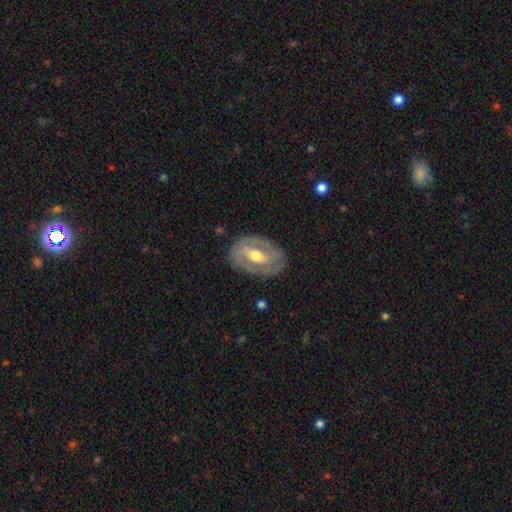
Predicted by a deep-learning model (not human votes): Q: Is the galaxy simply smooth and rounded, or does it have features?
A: featured or disk — 73%.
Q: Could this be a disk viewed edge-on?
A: no — 93%.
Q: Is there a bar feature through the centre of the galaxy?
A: strong — 44%.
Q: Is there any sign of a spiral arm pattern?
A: yes — 51%.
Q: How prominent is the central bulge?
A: moderate — 74%.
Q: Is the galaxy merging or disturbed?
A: none — 80%.